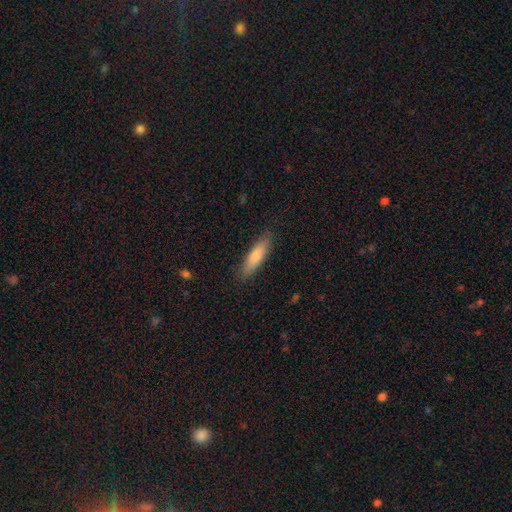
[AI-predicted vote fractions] A smooth galaxy with no disk features (72%) that is cigar-shaped (72%).

Vote fractions:
- Smooth or featured? smooth: 72% / featured or disk: 22% / star or artifact: 6%
- How rounded? cigar-shaped: 72% / in between: 26% / round: 2%
- Merging? none: 87% / minor disturbance: 10% / major disturbance: 2% / merger: 1%